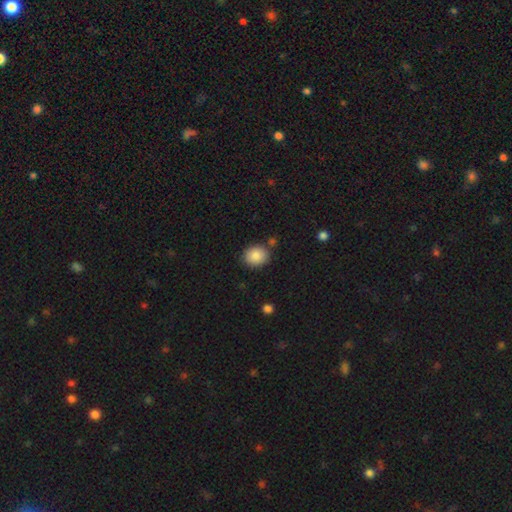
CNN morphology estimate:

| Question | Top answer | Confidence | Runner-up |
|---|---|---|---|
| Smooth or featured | smooth | 87% | star or artifact (8%) |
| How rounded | round | 69% | in between (30%) |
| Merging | none | 82% | minor disturbance (10%) |